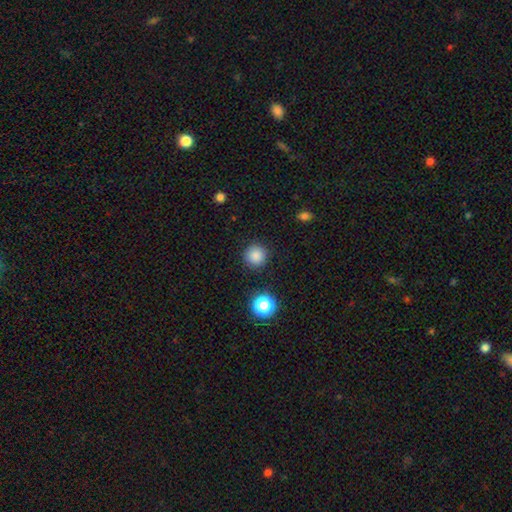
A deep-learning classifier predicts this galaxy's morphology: Smooth or featured?
  - smooth: 84% *
  - star or artifact: 12%
  - featured or disk: 4%
How rounded?
  - round: 95% *
  - in between: 4%
  - cigar-shaped: 1%
Merging?
  - none: 90% *
  - minor disturbance: 6%
  - major disturbance: 2%
  - merger: 2%